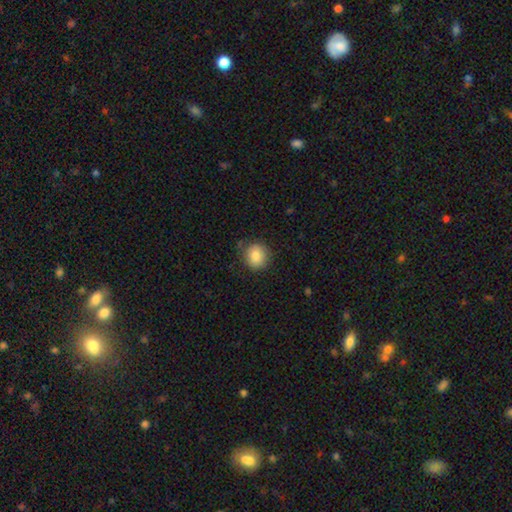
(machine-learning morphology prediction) Smooth or featured? Predicted: smooth (p=0.81). How rounded? Predicted: round (p=0.88). Merging? Predicted: none (p=0.84).